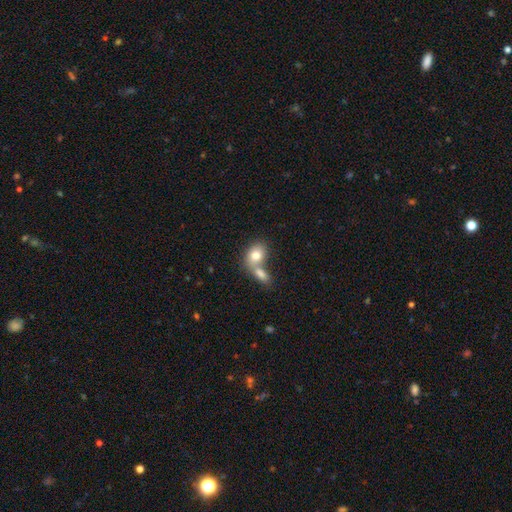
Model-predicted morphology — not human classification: smooth_or_featured: smooth (p=0.79) [alt: featured or disk p=0.14]
how_rounded: in between (p=0.74) [alt: round p=0.24]
merging: merger (p=0.56) [alt: none p=0.32]